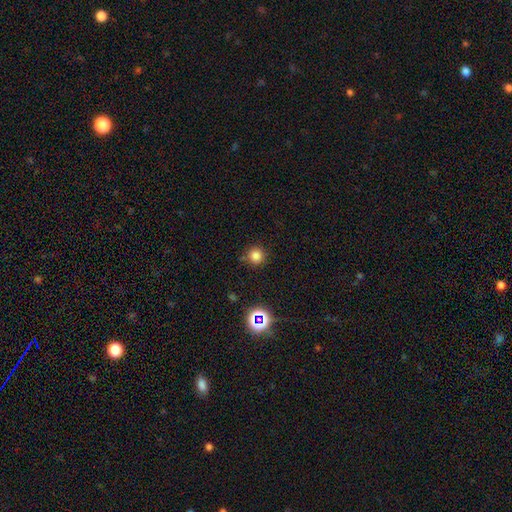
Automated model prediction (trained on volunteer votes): Smooth or featured? smooth (79%)
How rounded? round (94%)
Merging? none (81%)